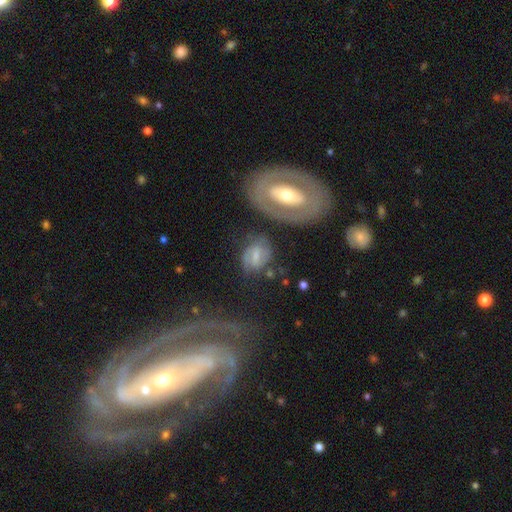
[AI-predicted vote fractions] A featured or disk galaxy (58%) with a weak bar (51%), spiral arms (81%) and a small central bulge (40%).

Vote fractions:
- Smooth or featured? featured or disk: 58% / smooth: 33% / star or artifact: 9%
- Edge-on disk? no: 95% / yes: 5%
- Bar? weak: 51% / strong: 27% / no: 23%
- Spiral arms? yes: 81% / no: 19%
- Bulge size? small: 40% / moderate: 34% / none: 20% / large: 4% / dominant: 2%
- Merging? none: 65% / minor disturbance: 19% / major disturbance: 10% / merger: 6%